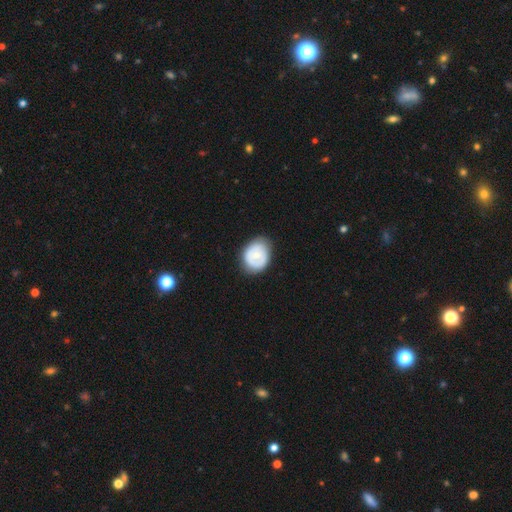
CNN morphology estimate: This appears to be a smooth galaxy with no disk features (55%) that is round (57%). Merging: none (68%).